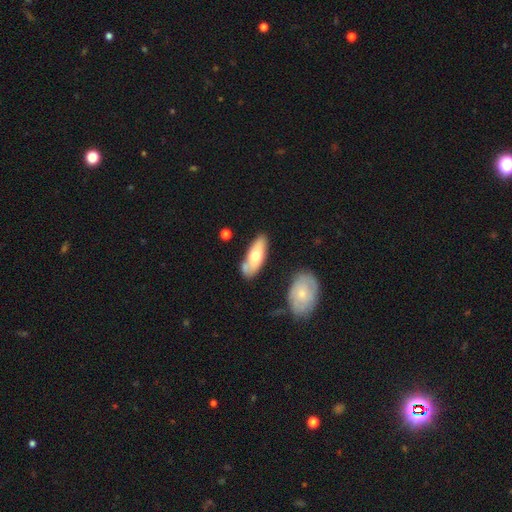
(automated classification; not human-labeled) Smooth or featured?
  - smooth: 63% *
  - featured or disk: 32%
  - star or artifact: 5%
How rounded?
  - in between: 73% *
  - cigar-shaped: 25%
  - round: 2%
Merging?
  - none: 69% *
  - minor disturbance: 17%
  - merger: 11%
  - major disturbance: 4%